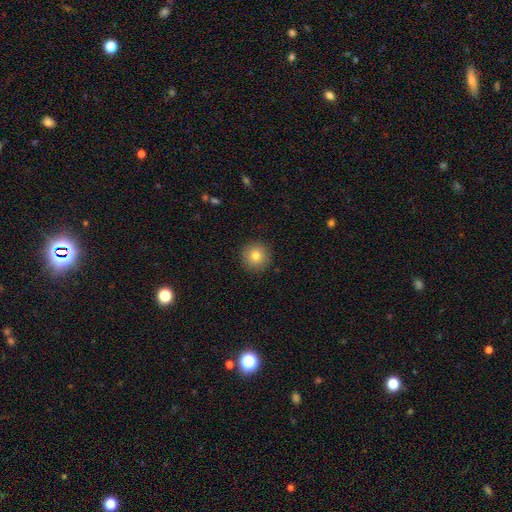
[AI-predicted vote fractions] smooth 80%, star or artifact 11%, featured or disk 9%. Down the decision tree: how rounded — round (95%); merging — none (92%).